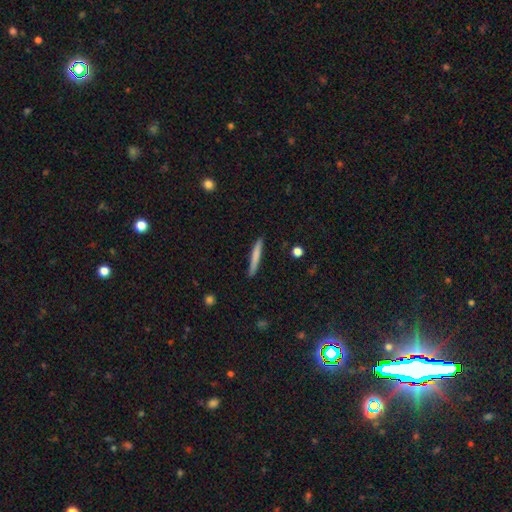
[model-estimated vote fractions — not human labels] Smooth or featured? Predicted: smooth (p=0.71). How rounded? Predicted: cigar-shaped (p=0.96). Merging? Predicted: none (p=0.89).